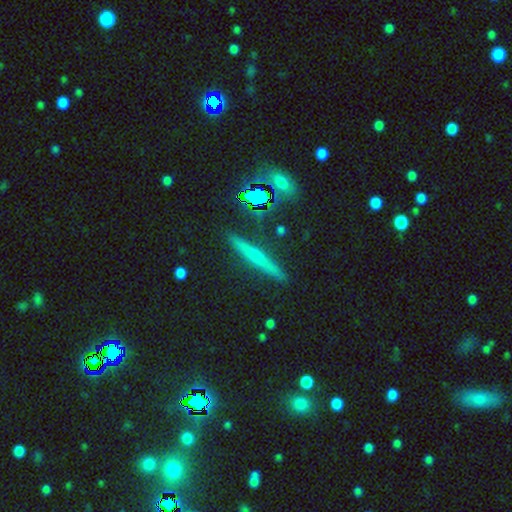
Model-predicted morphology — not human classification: Smooth or featured?
  - featured or disk: 41% *
  - smooth: 40%
  - star or artifact: 18%
Merging?
  - none: 89% *
  - minor disturbance: 7%
  - merger: 2%
  - major disturbance: 2%